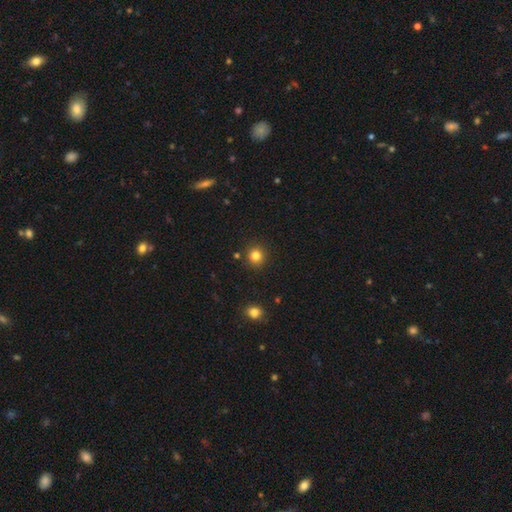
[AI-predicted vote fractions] Smooth or featured? Predicted: smooth (p=0.82). How rounded? Predicted: round (p=0.91). Merging? Predicted: none (p=0.89).